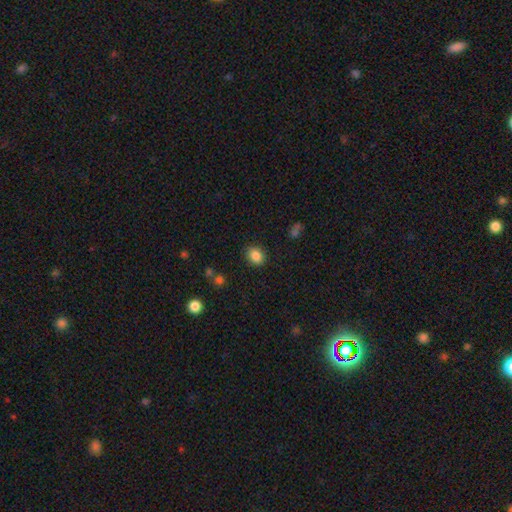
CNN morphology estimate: A smooth galaxy with no disk features (85%) that is round (54%). Merging: none (87%).